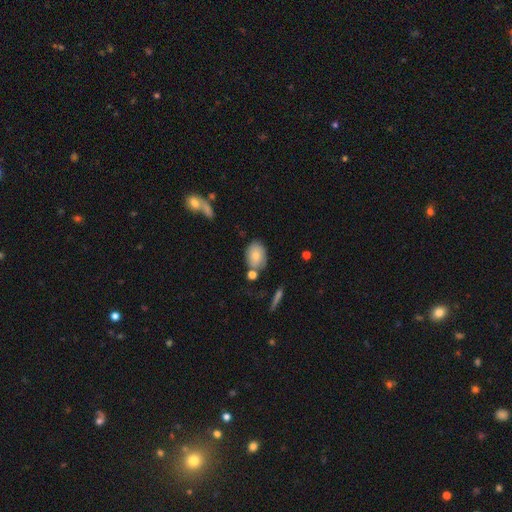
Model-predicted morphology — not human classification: A smooth galaxy with no disk features (78%) that is in between round and cigar-shaped (76%). Merging: none (67%).